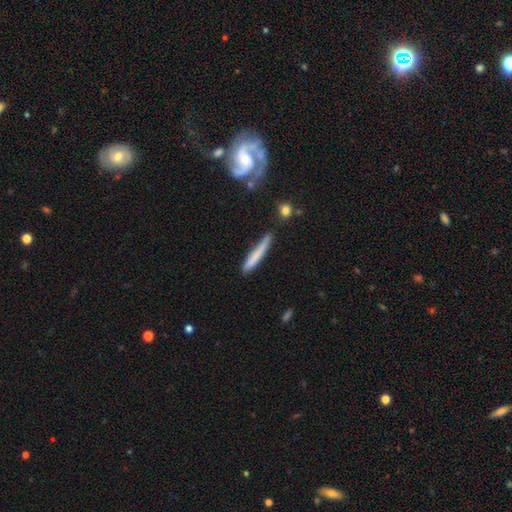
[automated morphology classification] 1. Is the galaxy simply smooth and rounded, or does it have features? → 70% smooth, 23% featured or disk, 6% star or artifact.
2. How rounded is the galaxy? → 94% cigar-shaped, 4% in between, 1% round.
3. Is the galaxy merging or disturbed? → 74% none, 19% minor disturbance, 4% major disturbance, 4% merger.